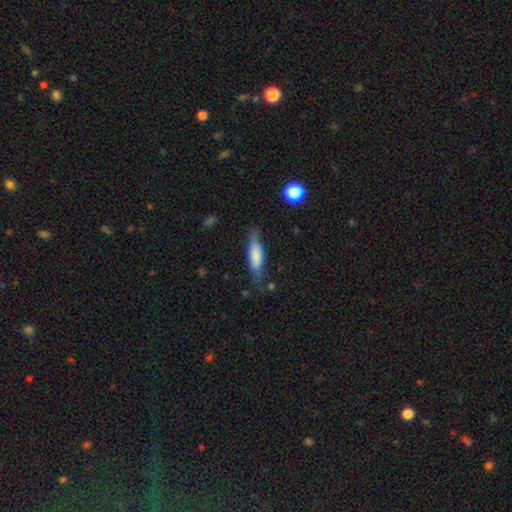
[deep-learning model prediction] Smooth or featured? Predicted: smooth (p=0.75). How rounded? Predicted: cigar-shaped (p=0.56). Merging? Predicted: none (p=0.65).